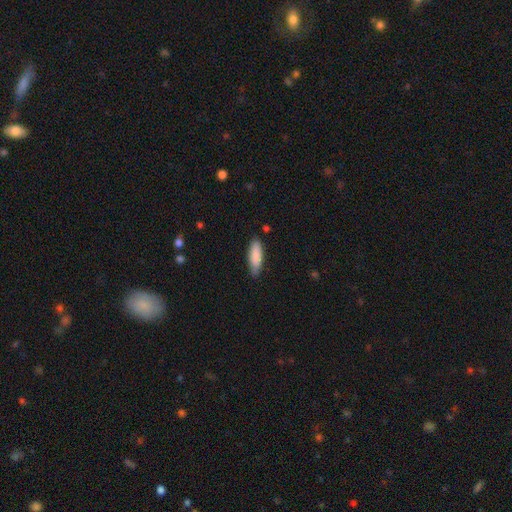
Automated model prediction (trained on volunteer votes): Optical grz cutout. It shows a smooth galaxy with no disk features (87%) that is in between round and cigar-shaped (56%). Merging: none (83%).